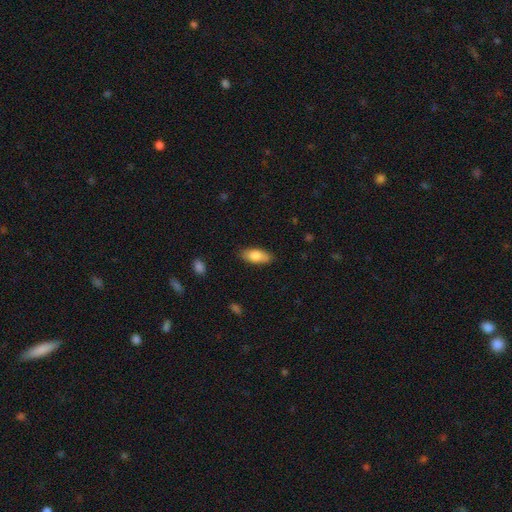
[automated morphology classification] The model was most divided on "how rounded": in between: 81%, cigar-shaped: 17%, round: 2%. More confident: merging — none (84%); smooth or featured — smooth (83%).